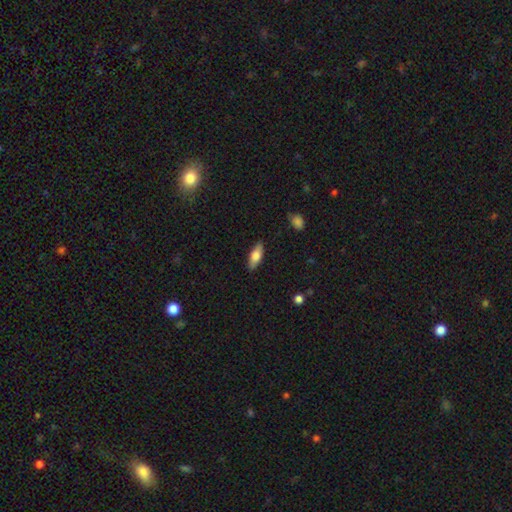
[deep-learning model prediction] Smooth or featured: smooth — 69% (featured or disk — 24%)
How rounded: in between — 74% (cigar-shaped — 23%)
Merging: none — 86% (minor disturbance — 11%)